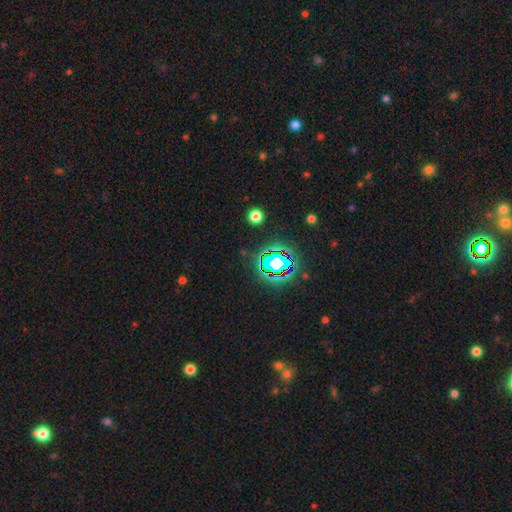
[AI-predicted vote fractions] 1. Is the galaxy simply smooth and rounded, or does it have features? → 80% star or artifact, 12% smooth, 8% featured or disk.